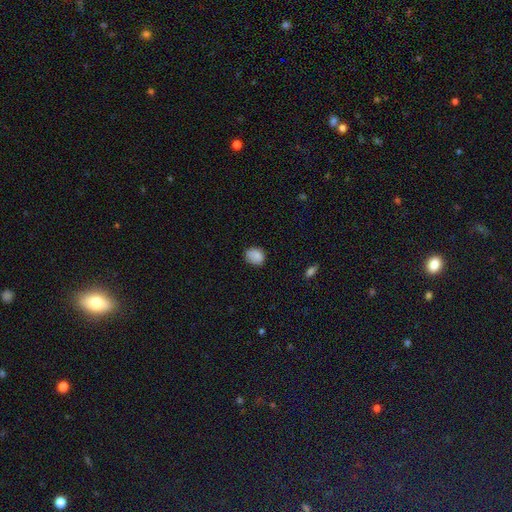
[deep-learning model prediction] A smooth galaxy with no disk features (87%) that is round (59%). Merging: none (78%).